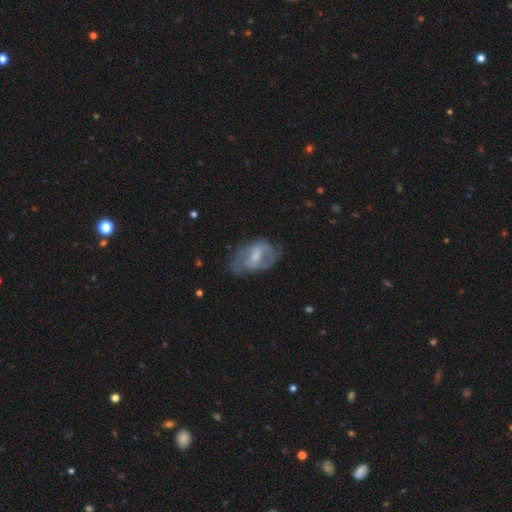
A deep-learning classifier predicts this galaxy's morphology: Smooth or featured? Predicted: featured or disk (p=0.57). Edge-on disk? Predicted: no (p=0.94). Bar? Predicted: weak (p=0.48). Spiral arms? Predicted: yes (p=0.53). Bulge size? Predicted: moderate (p=0.39). Merging? Predicted: none (p=0.49).